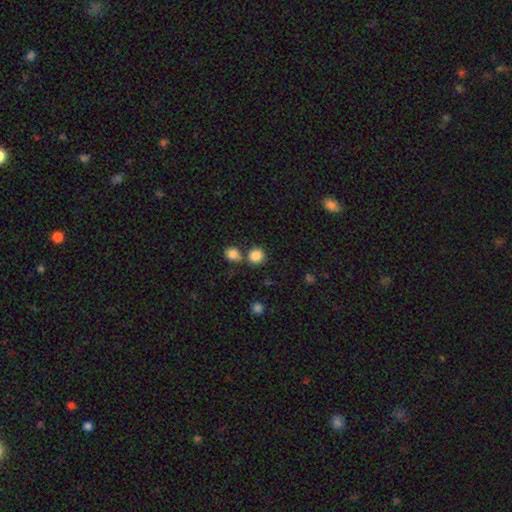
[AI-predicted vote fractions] The model was most divided on "merging": none: 66%, merger: 23%, minor disturbance: 8%, major disturbance: 3%. More confident: how rounded — round (89%); smooth or featured — smooth (85%).